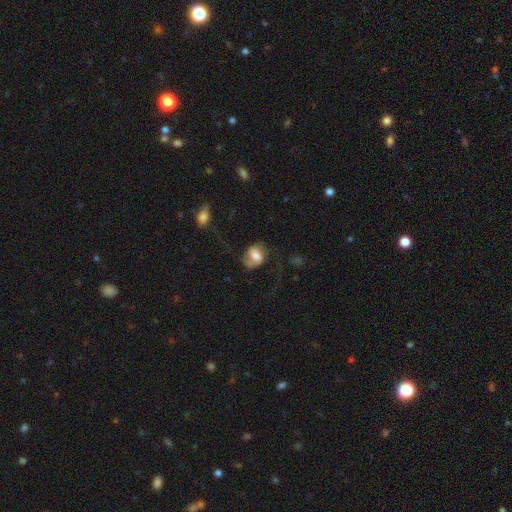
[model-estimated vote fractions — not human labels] Morphology: type=featured or disk (52%); edge-on=no (96%); bar=no (43%); spiral arms=yes (86%); bulge=moderate (49%); merging=none (53%).